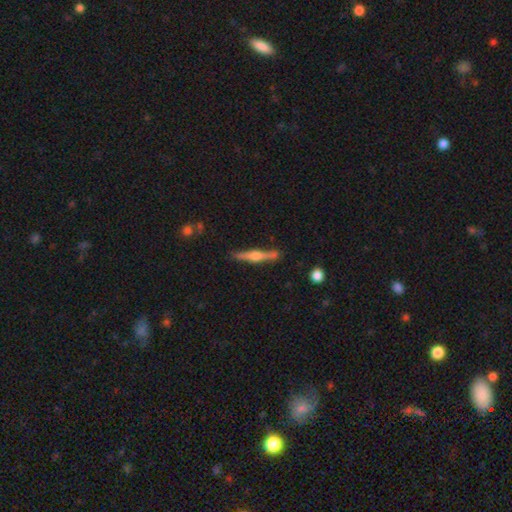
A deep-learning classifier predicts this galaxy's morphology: Smooth or featured?
  - featured or disk: 75% *
  - smooth: 19%
  - star or artifact: 6%
Edge-on disk?
  - yes: 98% *
  - no: 2%
Edge-on bulge?
  - rounded: 87% *
  - boxy: 9%
  - none: 4%
Merging?
  - none: 87% *
  - minor disturbance: 9%
  - merger: 3%
  - major disturbance: 2%